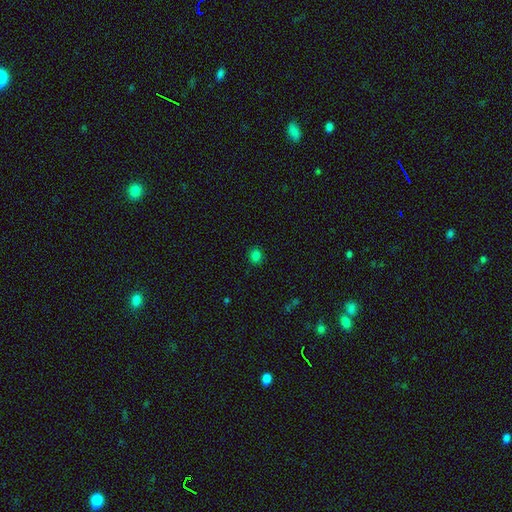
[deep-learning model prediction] Smooth or featured? smooth (80%)
How rounded? round (72%)
Merging? none (89%)